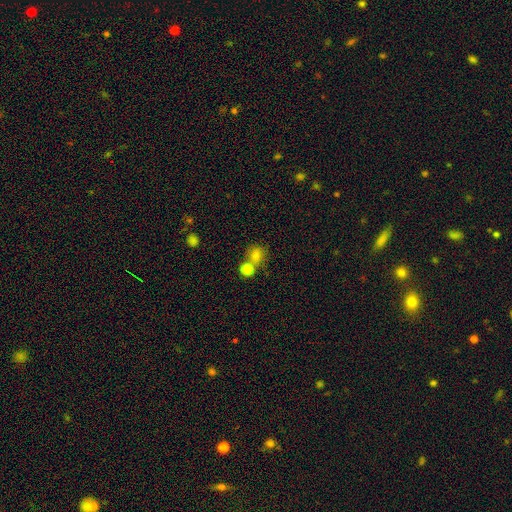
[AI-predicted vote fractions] Morphology: type=smooth (78%); roundness=round (72%); merging=none (49%).